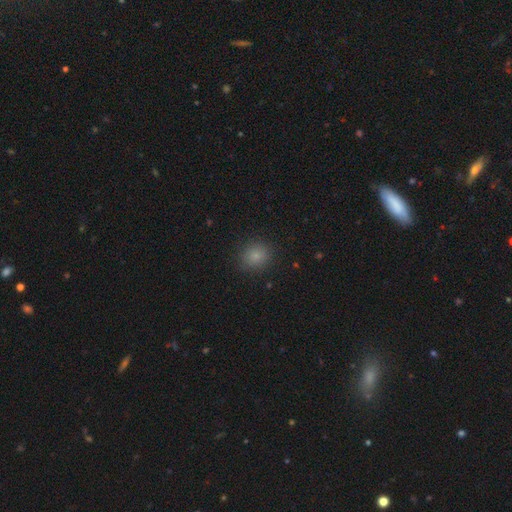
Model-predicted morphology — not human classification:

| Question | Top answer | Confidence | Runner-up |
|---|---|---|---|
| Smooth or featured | smooth | 82% | star or artifact (12%) |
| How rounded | round | 80% | in between (19%) |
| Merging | none | 88% | minor disturbance (8%) |